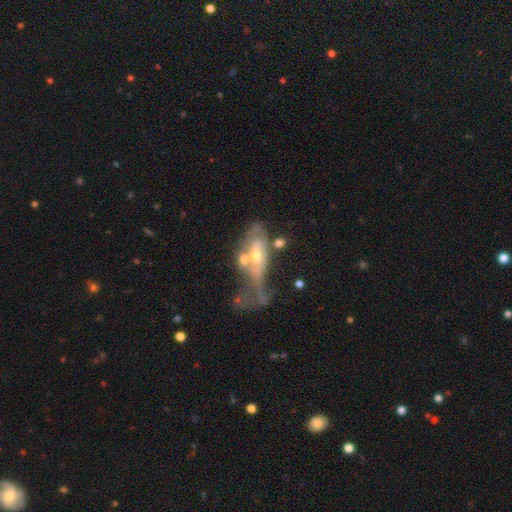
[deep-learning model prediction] Smooth or featured?
  - featured or disk: 64% *
  - smooth: 27%
  - star or artifact: 9%
Edge-on disk?
  - no: 82% *
  - yes: 18%
Bar?
  - no: 74% *
  - weak: 19%
  - strong: 7%
Spiral arms?
  - no: 65% *
  - yes: 35%
Bulge size?
  - moderate: 60% *
  - small: 30%
  - large: 5%
  - none: 3%
  - dominant: 1%
Merging?
  - merger: 37% *
  - major disturbance: 36%
  - none: 14%
  - minor disturbance: 13%